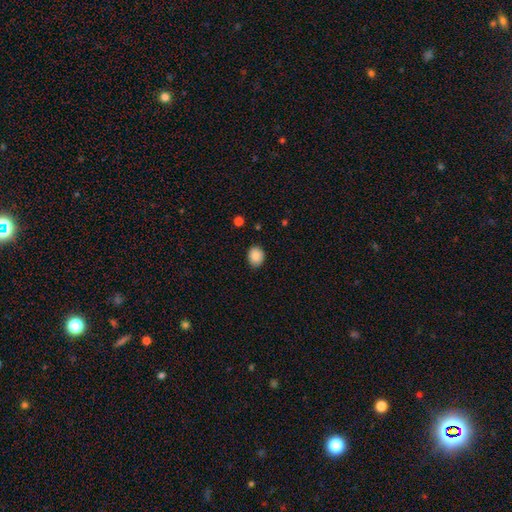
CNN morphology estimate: Smooth or featured: smooth — 87% (star or artifact — 9%)
How rounded: round — 60% (in between — 39%)
Merging: none — 83% (minor disturbance — 14%)